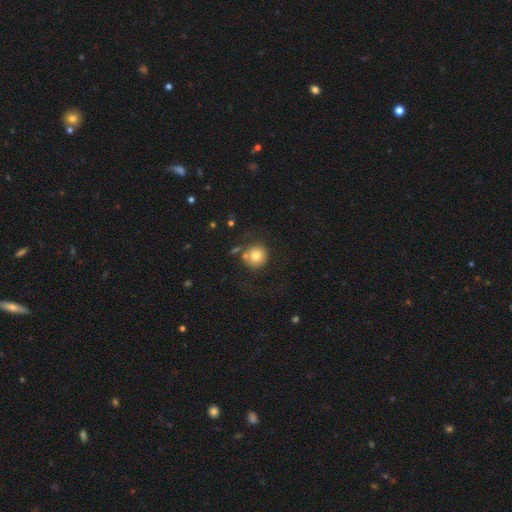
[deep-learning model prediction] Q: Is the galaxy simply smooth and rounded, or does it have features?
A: smooth — 78%.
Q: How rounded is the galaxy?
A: round — 93%.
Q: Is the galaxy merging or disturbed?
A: none — 70%.